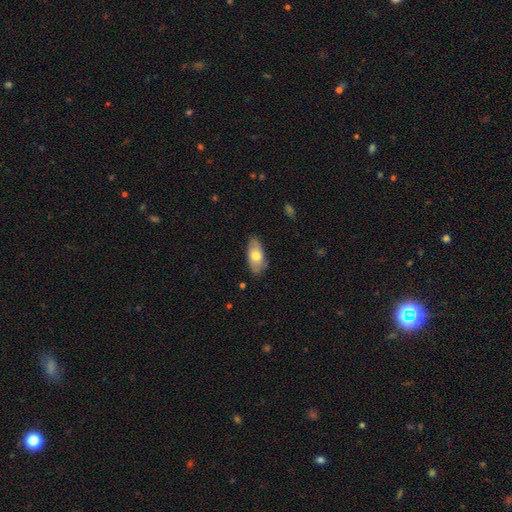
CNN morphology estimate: smooth-or-featured: smooth: 67% | featured or disk: 27% | star or artifact: 6%
  how-rounded: in between: 90% | cigar-shaped: 6% | round: 3%
  merging: none: 79% | minor disturbance: 17% | major disturbance: 3% | merger: 1%